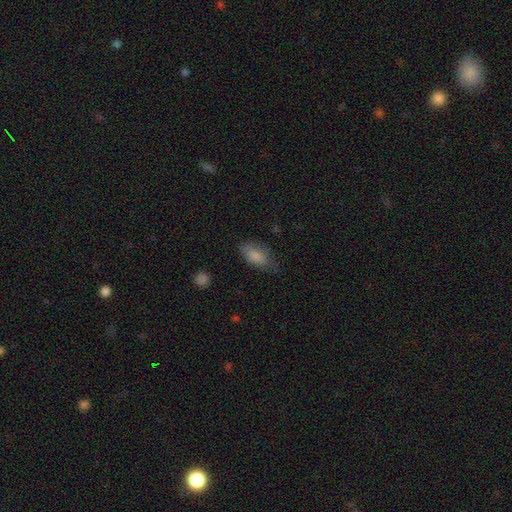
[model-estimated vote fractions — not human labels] This appears to be a smooth galaxy with no disk features (83%) that is in between round and cigar-shaped (91%). Merging: none (58%).